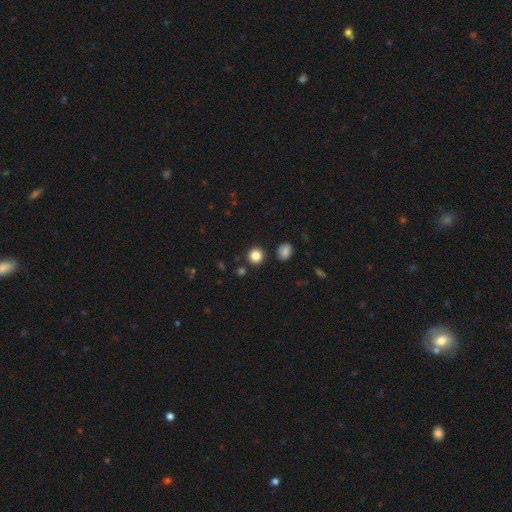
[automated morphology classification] This is clearly a smooth galaxy (85%). How rounded: clearly round (92%). Merging: clearly none (89%).